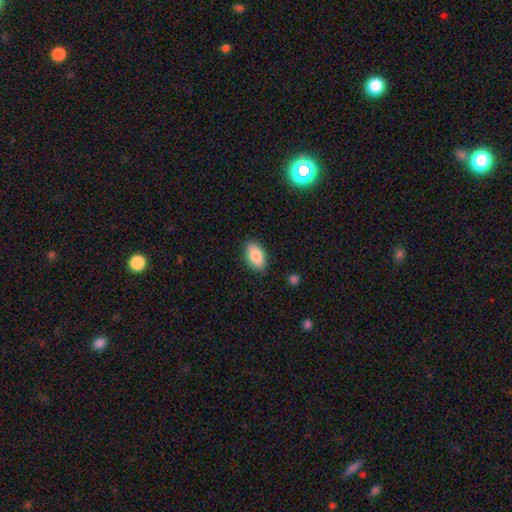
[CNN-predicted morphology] type=smooth (86%); roundness=in between (93%); merging=none (85%).